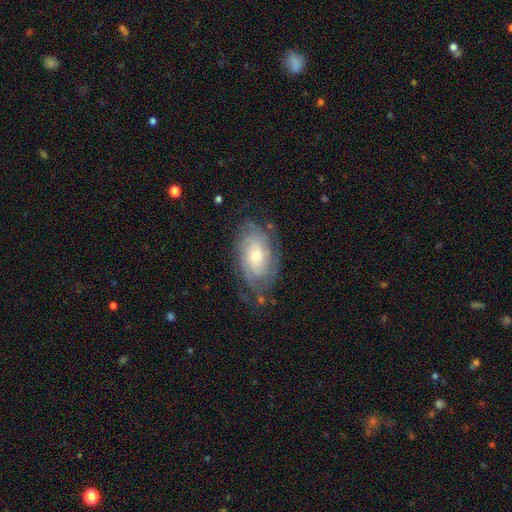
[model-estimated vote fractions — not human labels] Smooth or featured? featured or disk (82%)
Edge-on disk? no (95%)
Bar? no (70%)
Spiral arms? yes (95%)
Spiral winding? tight (71%)
Spiral arm count? can't tell (37%)
Bulge size? small (53%)
Merging? none (73%)